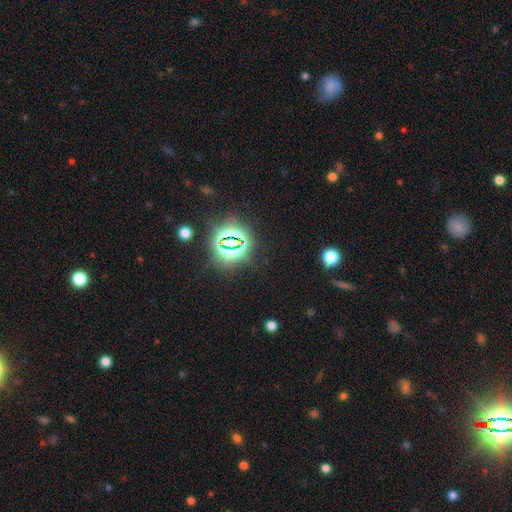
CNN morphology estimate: A star or artifact, not a galaxy (80%).